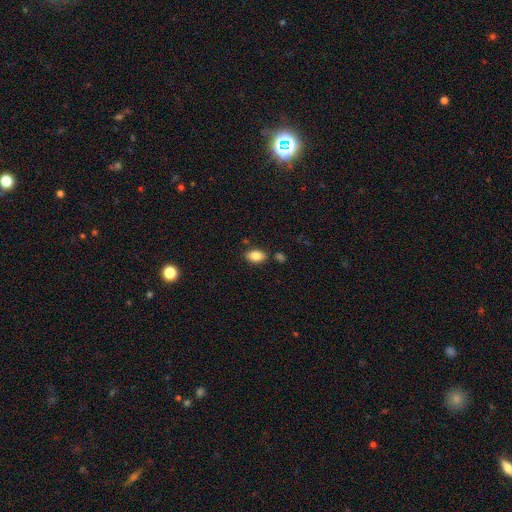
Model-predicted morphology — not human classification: This is clearly a smooth galaxy (85%). How rounded: clearly in between (89%). Merging: likely none (80%).